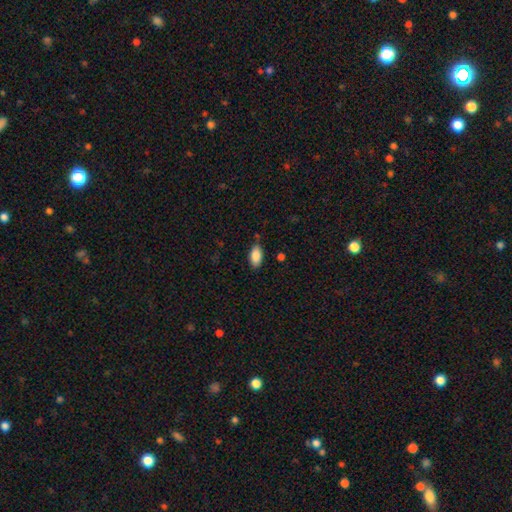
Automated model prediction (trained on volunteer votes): The model was most divided on "merging": none: 80%, minor disturbance: 15%, major disturbance: 3%, merger: 3%. More confident: how rounded — in between (92%); smooth or featured — smooth (87%).